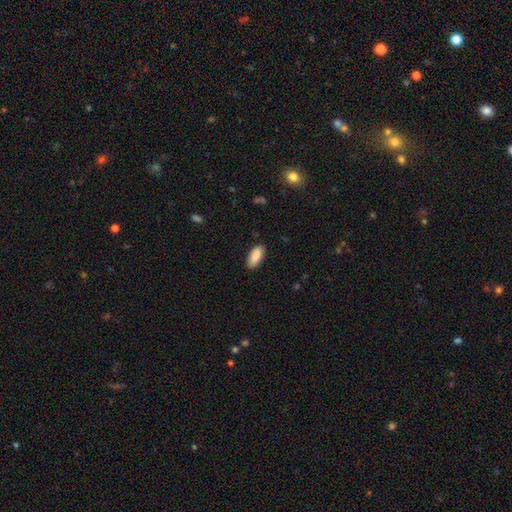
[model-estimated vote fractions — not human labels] A smooth galaxy with no disk features (90%) that is in between round and cigar-shaped (86%). Merging: none (87%).